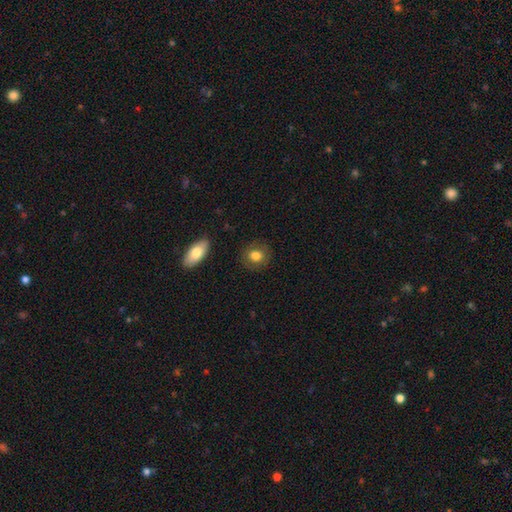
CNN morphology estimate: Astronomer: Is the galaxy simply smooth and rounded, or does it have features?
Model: smooth — 78%.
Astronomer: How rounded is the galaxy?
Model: round — 73%.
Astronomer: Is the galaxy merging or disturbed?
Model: none — 85%.